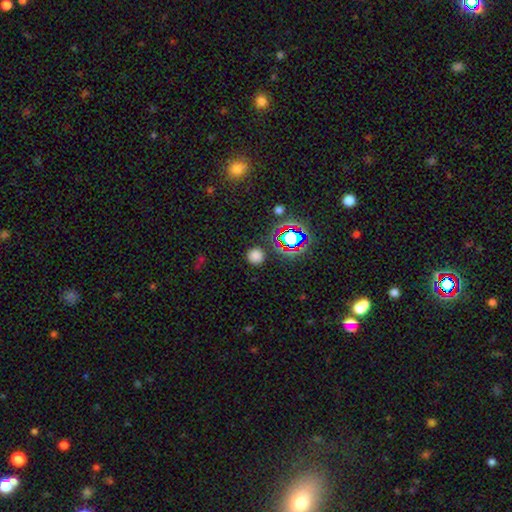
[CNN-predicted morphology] The model was most divided on "smooth or featured": smooth: 73%, star or artifact: 22%, featured or disk: 5%. More confident: how rounded — round (94%); merging — none (87%).